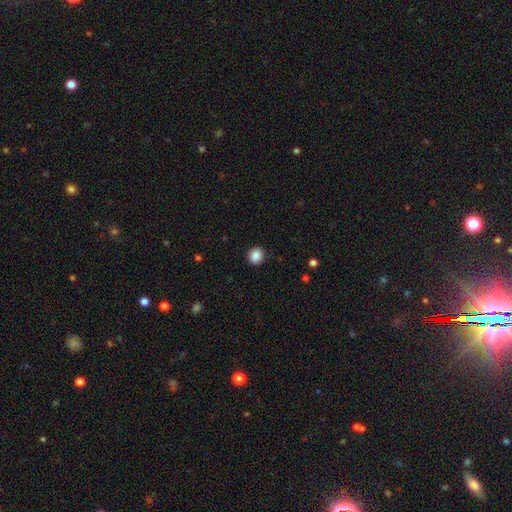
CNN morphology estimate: type=smooth (88%); roundness=round (85%); merging=none (91%).